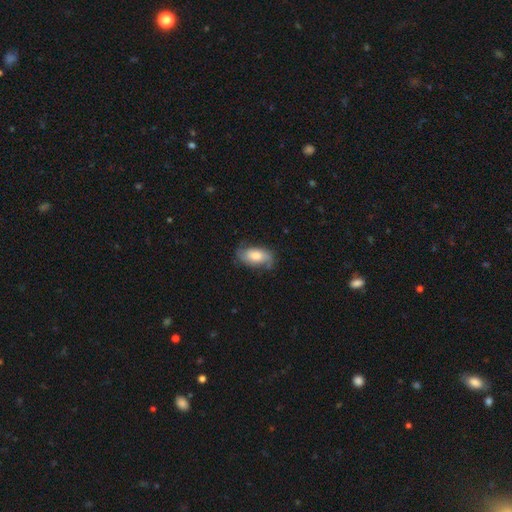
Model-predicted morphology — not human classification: Smooth or featured? Predicted: smooth (p=0.47). Merging? Predicted: none (p=0.66).